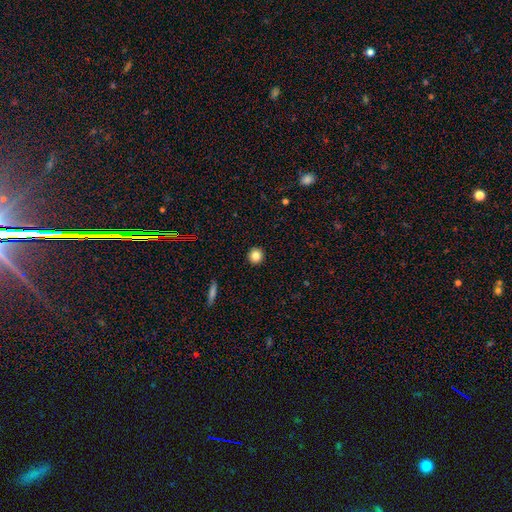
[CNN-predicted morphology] This appears to be a smooth galaxy with no disk features (83%) that is round (93%). Merging: none (93%).